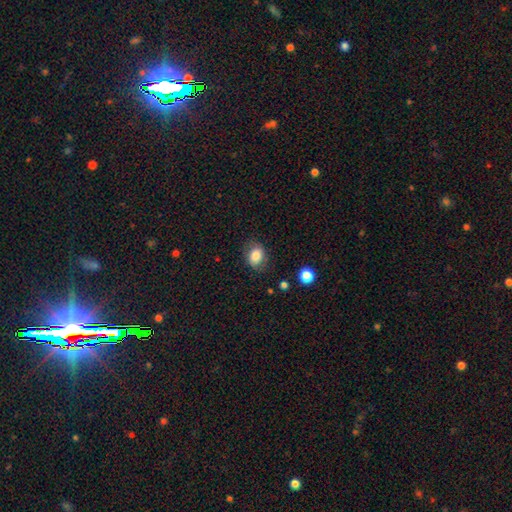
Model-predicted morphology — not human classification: Overall: smooth (83%). How rounded: in between (57%; round 42%). Merging: none (76%).